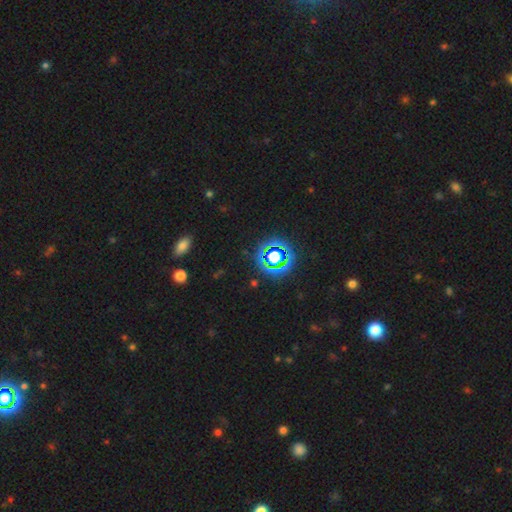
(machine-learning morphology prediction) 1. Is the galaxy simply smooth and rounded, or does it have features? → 75% star or artifact, 17% smooth, 8% featured or disk.